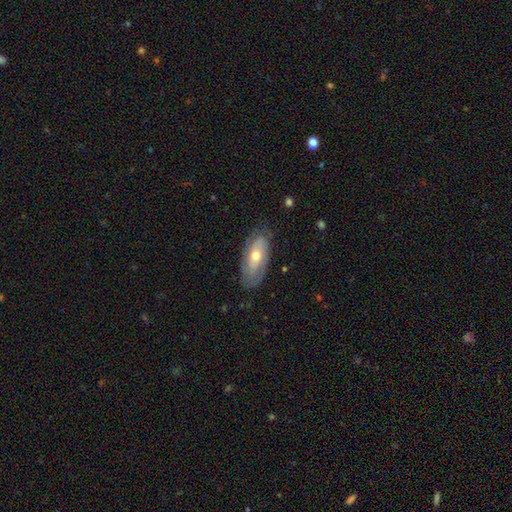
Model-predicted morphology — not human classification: Smooth or featured: featured or disk — 56% (smooth — 38%)
Edge-on disk: no — 86% (yes — 14%)
Merging: none — 74% (minor disturbance — 19%)